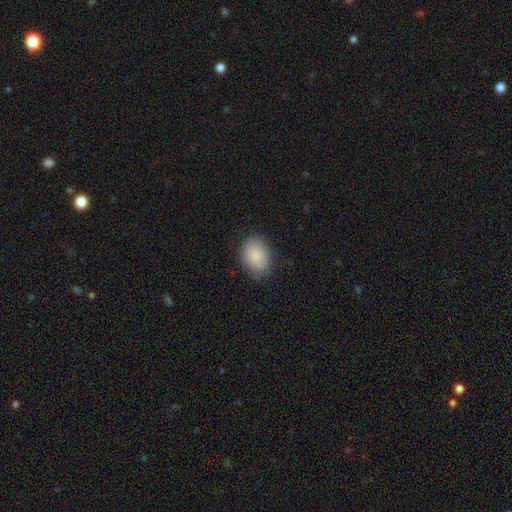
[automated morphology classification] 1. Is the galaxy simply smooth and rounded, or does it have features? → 86% smooth, 7% featured or disk, 7% star or artifact.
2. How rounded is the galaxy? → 64% in between, 35% round, 1% cigar-shaped.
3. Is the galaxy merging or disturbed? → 82% none, 14% minor disturbance, 4% major disturbance, 1% merger.